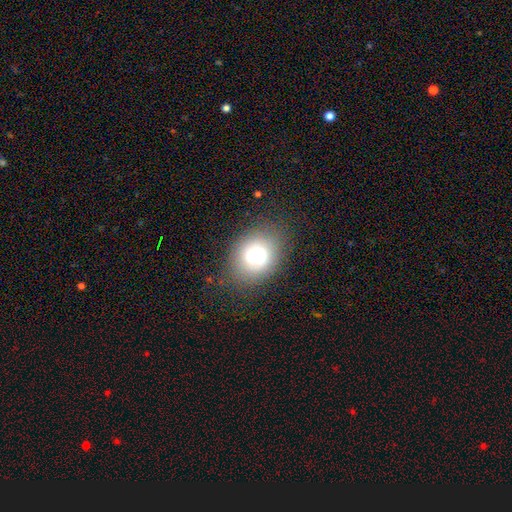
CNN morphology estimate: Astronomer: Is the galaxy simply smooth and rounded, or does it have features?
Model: smooth — 66%.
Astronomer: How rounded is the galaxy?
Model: in between — 52% (runner-up: round, 47%).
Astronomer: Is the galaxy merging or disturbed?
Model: none — 73%.